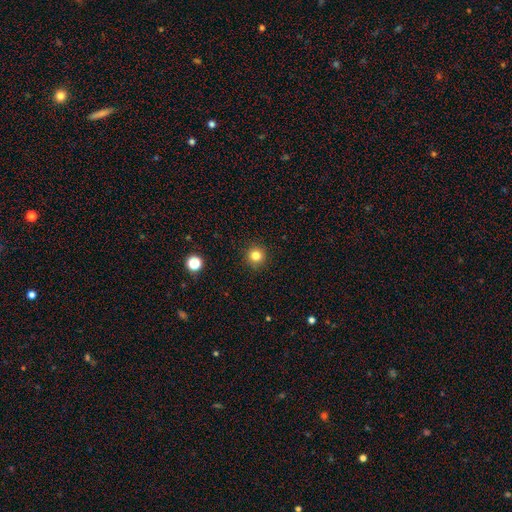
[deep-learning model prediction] smooth_or_featured: smooth (p=0.82) [alt: star or artifact p=0.13]
how_rounded: round (p=0.95) [alt: in between p=0.04]
merging: none (p=0.92) [alt: minor disturbance p=0.05]